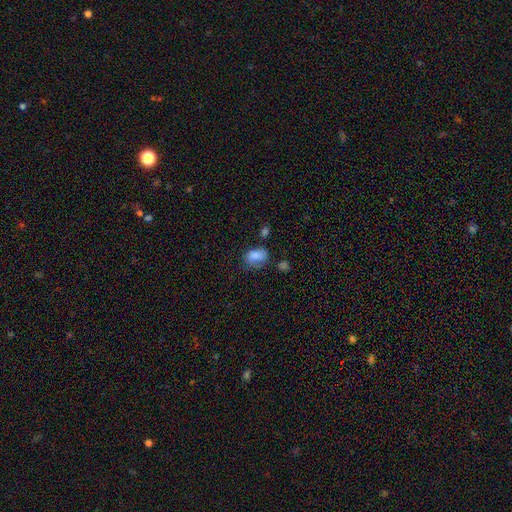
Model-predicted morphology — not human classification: smooth 79%, featured or disk 11%, star or artifact 10%. Down the decision tree: how rounded — in between (81%); merging — none (44%).